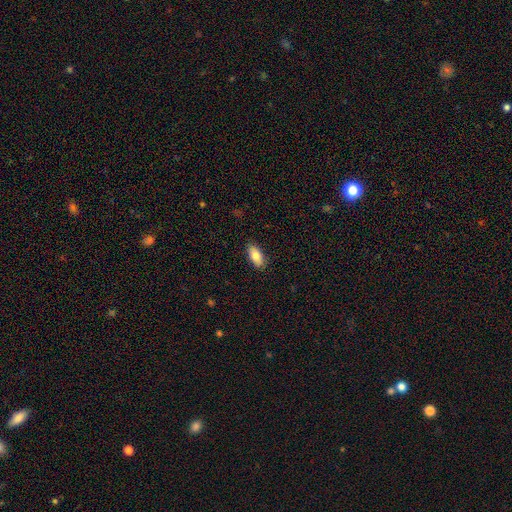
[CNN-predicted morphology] Overall: smooth (83%). How rounded: in between (90%). Merging: none (88%).